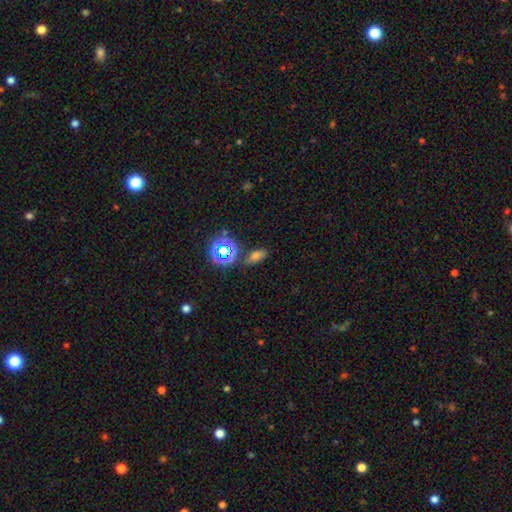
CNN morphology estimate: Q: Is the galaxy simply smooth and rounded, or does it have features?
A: smooth — 59%.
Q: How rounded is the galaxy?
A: in between — 78%.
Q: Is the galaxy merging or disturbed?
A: none — 78%.